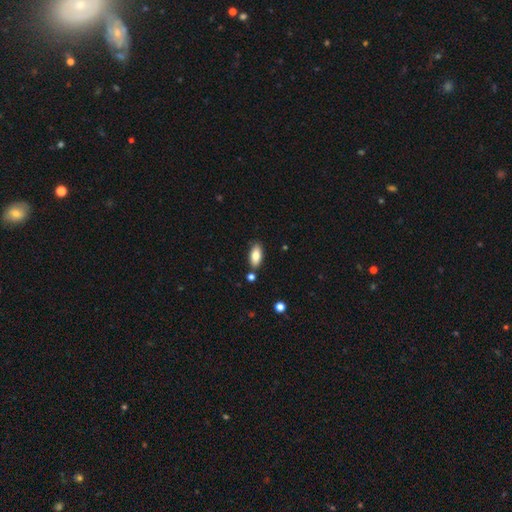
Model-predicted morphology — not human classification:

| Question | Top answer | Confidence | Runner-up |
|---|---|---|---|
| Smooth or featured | smooth | 81% | featured or disk (12%) |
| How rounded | in between | 88% | cigar-shaped (9%) |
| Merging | none | 81% | minor disturbance (12%) |